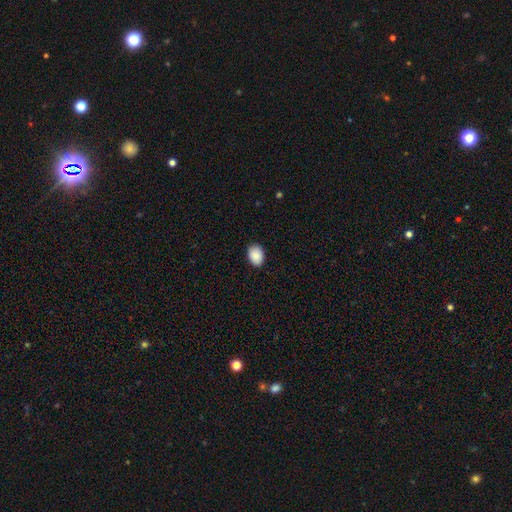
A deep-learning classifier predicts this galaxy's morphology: A smooth galaxy with no disk features (89%) that is in between round and cigar-shaped (76%). Merging: none (88%).